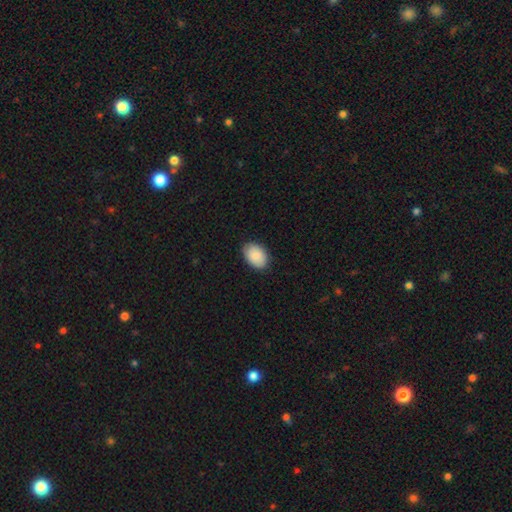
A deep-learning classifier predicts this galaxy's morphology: Q: Smooth or featured?
A: smooth (90%); runner-up: star or artifact (6%)
Q: How rounded?
A: in between (86%); runner-up: round (12%)
Q: Merging?
A: none (87%); runner-up: minor disturbance (11%)